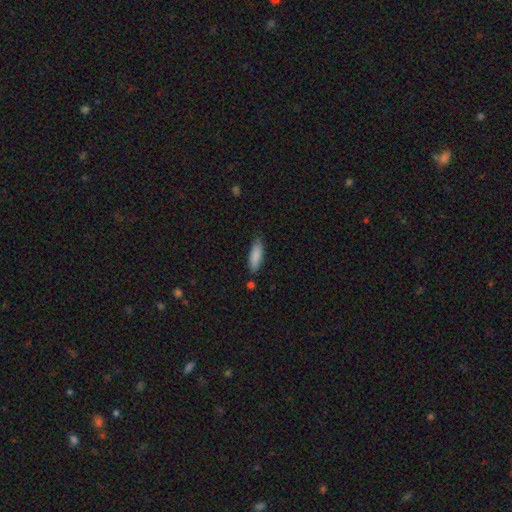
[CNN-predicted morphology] A smooth galaxy with no disk features (87%) that is in between round and cigar-shaped (52%). Merging: none (79%).